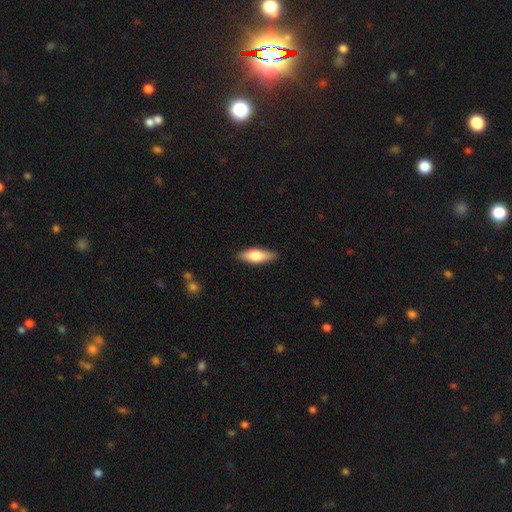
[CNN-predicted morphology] smooth-or-featured: smooth: 66% | featured or disk: 28% | star or artifact: 6%
  how-rounded: in between: 59% | cigar-shaped: 38% | round: 3%
  merging: none: 87% | minor disturbance: 9% | major disturbance: 2% | merger: 1%